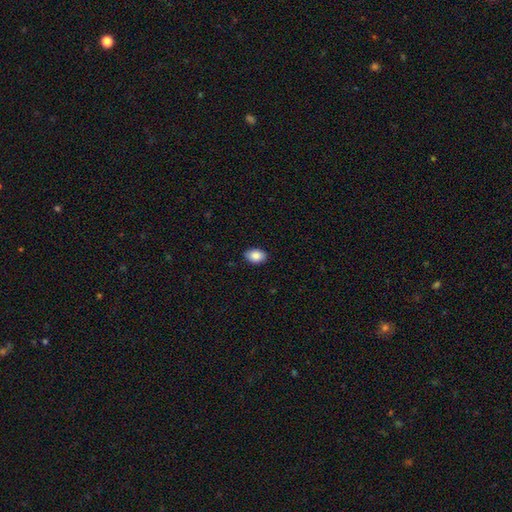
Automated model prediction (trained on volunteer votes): Overall: smooth (88%). How rounded: in between (84%). Merging: none (88%).